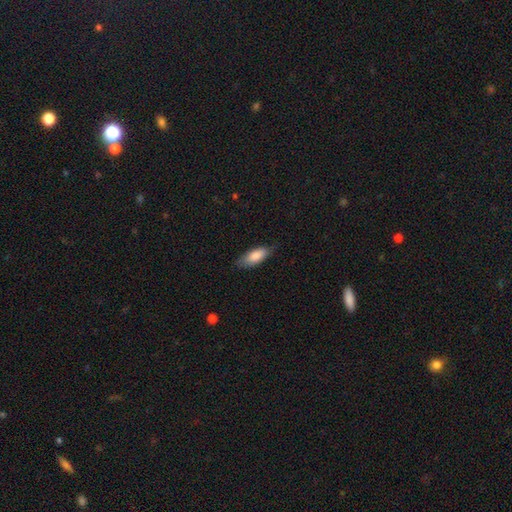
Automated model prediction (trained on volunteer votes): A smooth galaxy with no disk features (84%) that is in between round and cigar-shaped (80%).

Vote fractions:
- Smooth or featured? smooth: 84% / featured or disk: 10% / star or artifact: 6%
- How rounded? in between: 80% / cigar-shaped: 18% / round: 2%
- Merging? none: 76% / minor disturbance: 20% / major disturbance: 3% / merger: 1%